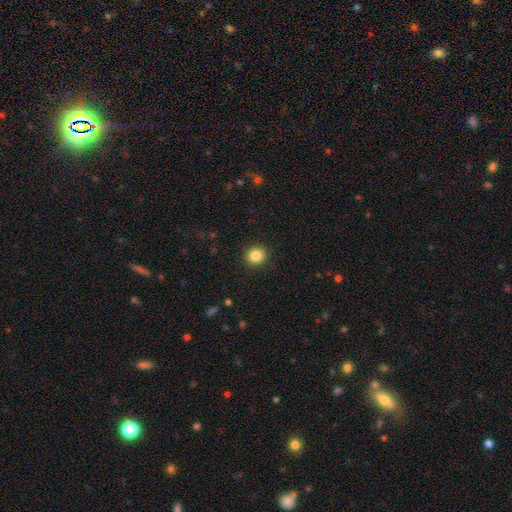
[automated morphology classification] type=smooth (85%); roundness=round (89%); merging=none (91%).